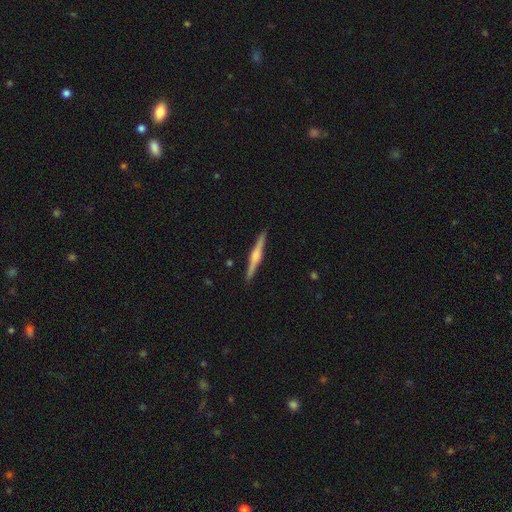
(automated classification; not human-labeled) Q: Smooth or featured?
A: featured or disk (70%); runner-up: smooth (25%)
Q: Edge-on disk?
A: yes (98%); runner-up: no (2%)
Q: Edge-on bulge?
A: rounded (75%); runner-up: boxy (17%)
Q: Merging?
A: none (92%); runner-up: minor disturbance (6%)